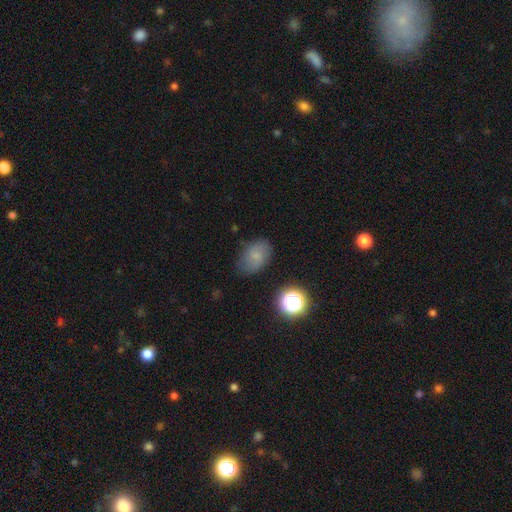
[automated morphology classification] This is likely a smooth galaxy (73%). How rounded: likely in between (79%). Merging: likely none (72%).